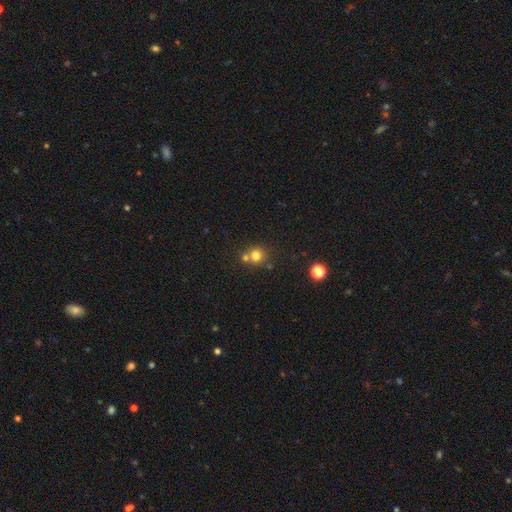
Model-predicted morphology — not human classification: Smooth or featured?
  - smooth: 77% *
  - star or artifact: 14%
  - featured or disk: 9%
How rounded?
  - round: 90% *
  - in between: 9%
  - cigar-shaped: 1%
Merging?
  - none: 58% *
  - merger: 32%
  - minor disturbance: 7%
  - major disturbance: 3%